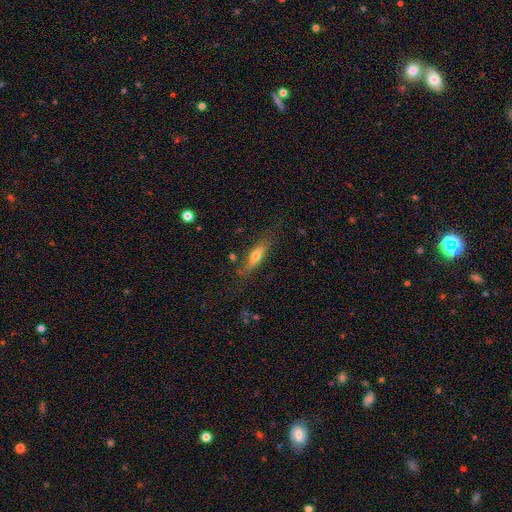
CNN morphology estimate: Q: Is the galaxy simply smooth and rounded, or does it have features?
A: smooth — 58%.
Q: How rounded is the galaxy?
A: cigar-shaped — 60%.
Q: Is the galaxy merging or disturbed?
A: none — 73%.